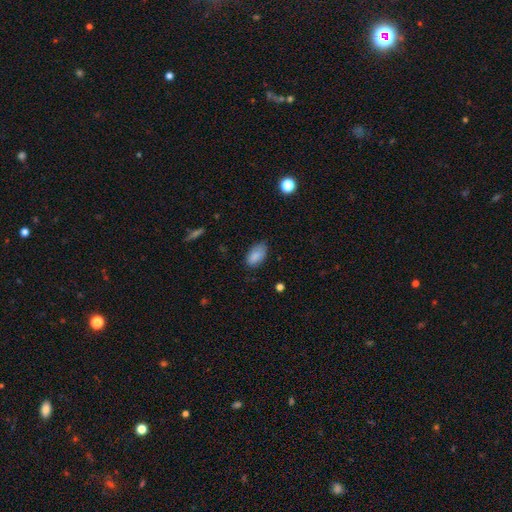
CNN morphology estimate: A smooth galaxy with no disk features (86%) that is in between round and cigar-shaped (93%).

Vote fractions:
- Smooth or featured? smooth: 86% / star or artifact: 7% / featured or disk: 7%
- How rounded? in between: 93% / round: 4% / cigar-shaped: 2%
- Merging? none: 69% / minor disturbance: 25% / major disturbance: 5% / merger: 1%